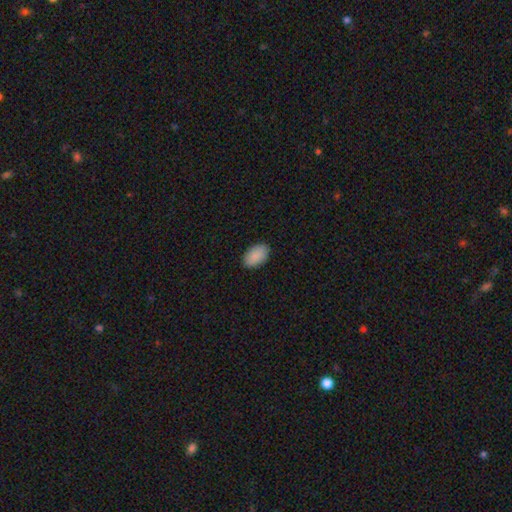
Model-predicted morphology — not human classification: smooth-or-featured: smooth: 91% | star or artifact: 6% | featured or disk: 3%
  how-rounded: in between: 93% | round: 5% | cigar-shaped: 1%
  merging: none: 89% | minor disturbance: 9% | major disturbance: 2% | merger: 1%